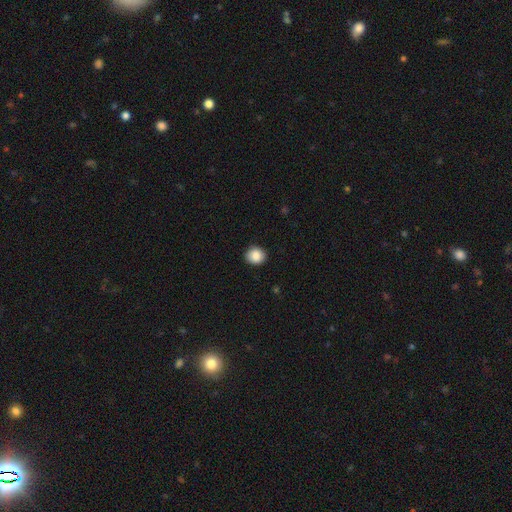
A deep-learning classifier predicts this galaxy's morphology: Smooth or featured?
  - smooth: 88% *
  - star or artifact: 9%
  - featured or disk: 4%
How rounded?
  - round: 83% *
  - in between: 16%
  - cigar-shaped: 1%
Merging?
  - none: 89% *
  - minor disturbance: 8%
  - major disturbance: 2%
  - merger: 1%